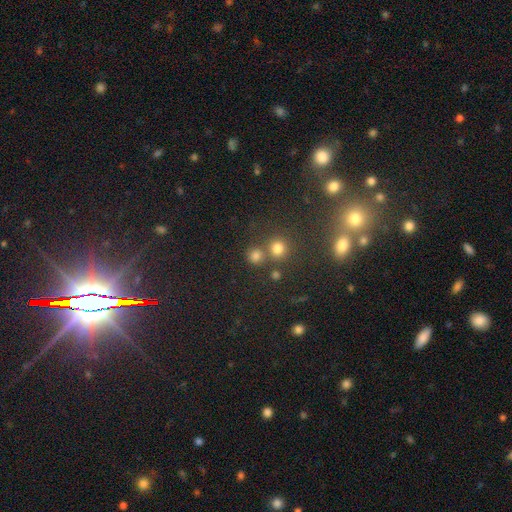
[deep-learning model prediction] smooth-or-featured: smooth: 73% | star or artifact: 20% | featured or disk: 7%
  how-rounded: round: 85% | in between: 14% | cigar-shaped: 1%
  merging: none: 63% | merger: 25% | minor disturbance: 8% | major disturbance: 4%